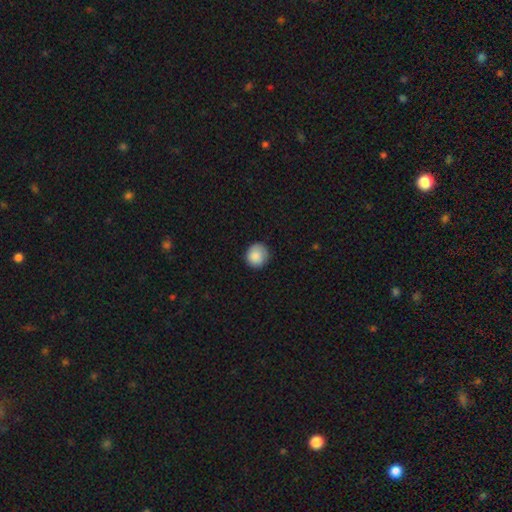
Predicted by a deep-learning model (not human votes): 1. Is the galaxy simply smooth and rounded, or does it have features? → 87% smooth, 8% star or artifact, 5% featured or disk.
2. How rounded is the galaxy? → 89% round, 10% in between, 1% cigar-shaped.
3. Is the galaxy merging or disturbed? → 83% none, 13% minor disturbance, 2% major disturbance, 1% merger.